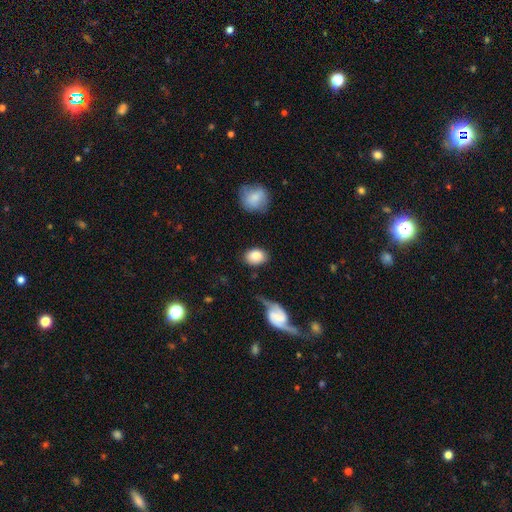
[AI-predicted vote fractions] smooth-or-featured: smooth: 84% | featured or disk: 10% | star or artifact: 6%
  how-rounded: in between: 77% | round: 22% | cigar-shaped: 1%
  merging: none: 74% | minor disturbance: 15% | major disturbance: 6% | merger: 4%